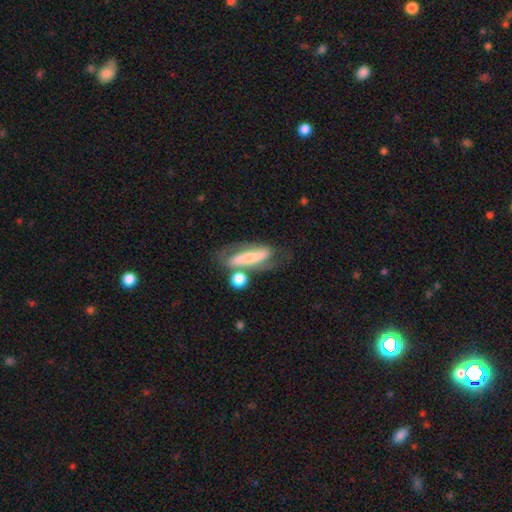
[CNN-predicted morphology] This appears to be a featured or disk galaxy (50%). Merging: none (45%).